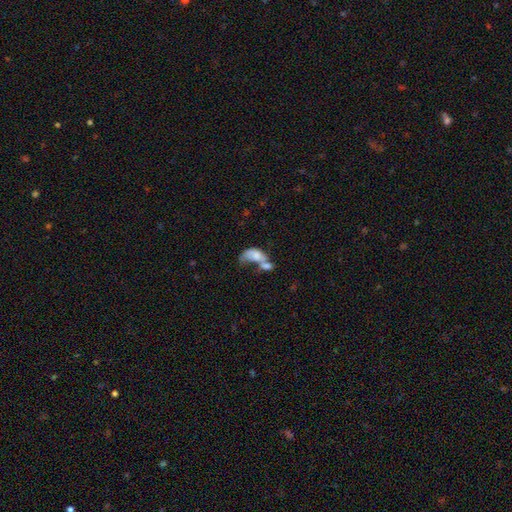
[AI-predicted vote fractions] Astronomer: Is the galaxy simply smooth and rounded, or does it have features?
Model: smooth — 62%.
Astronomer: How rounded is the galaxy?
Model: in between — 88%.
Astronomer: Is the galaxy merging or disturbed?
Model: merger — 65%.